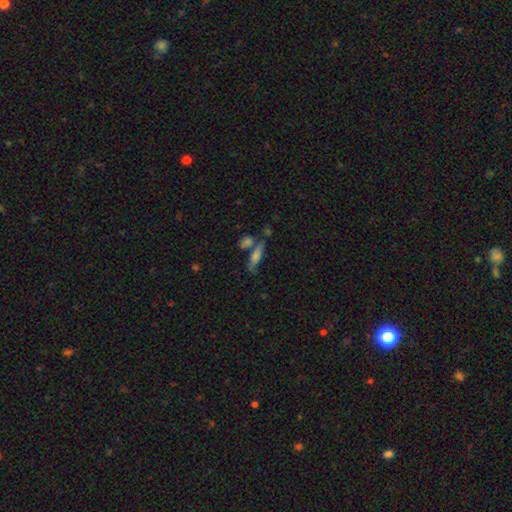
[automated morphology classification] smooth-or-featured: smooth: 43% | featured or disk: 42% | star or artifact: 15%
  merging: none: 60% | merger: 21% | minor disturbance: 13% | major disturbance: 6%